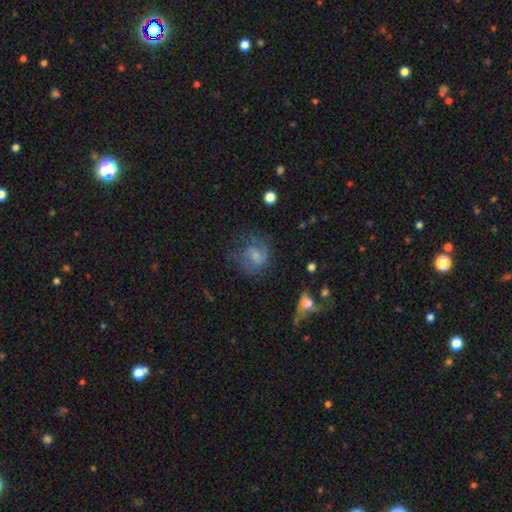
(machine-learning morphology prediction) featured or disk 53%, smooth 37%, star or artifact 10%. Down the decision tree: edge-on disk — no (97%); bar — weak (50%); spiral arms — yes (78%); bulge size — small (43%); merging — none (57%).